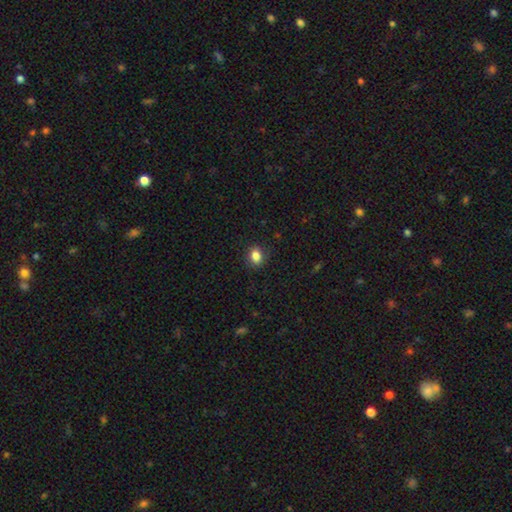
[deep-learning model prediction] Smooth or featured?
  - smooth: 85% *
  - star or artifact: 10%
  - featured or disk: 5%
How rounded?
  - in between: 59% *
  - round: 40%
  - cigar-shaped: 1%
Merging?
  - none: 86% *
  - minor disturbance: 10%
  - major disturbance: 3%
  - merger: 1%